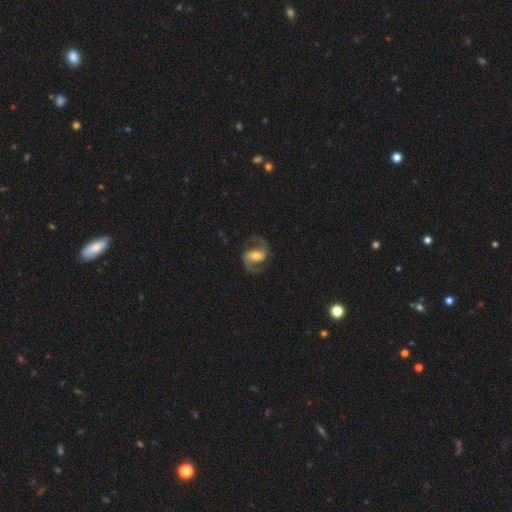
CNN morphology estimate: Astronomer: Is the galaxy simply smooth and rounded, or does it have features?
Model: featured or disk — 84%.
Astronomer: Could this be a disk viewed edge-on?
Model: no — 97%.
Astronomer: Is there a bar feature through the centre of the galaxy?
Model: weak — 40% (runner-up: strong, 37%).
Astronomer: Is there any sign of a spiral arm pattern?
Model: yes — 95%.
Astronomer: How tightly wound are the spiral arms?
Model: medium — 54% (runner-up: loose, 33%).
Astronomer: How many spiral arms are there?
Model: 2 — 92%.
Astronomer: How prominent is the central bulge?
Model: moderate — 57%.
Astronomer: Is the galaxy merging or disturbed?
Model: none — 76%.